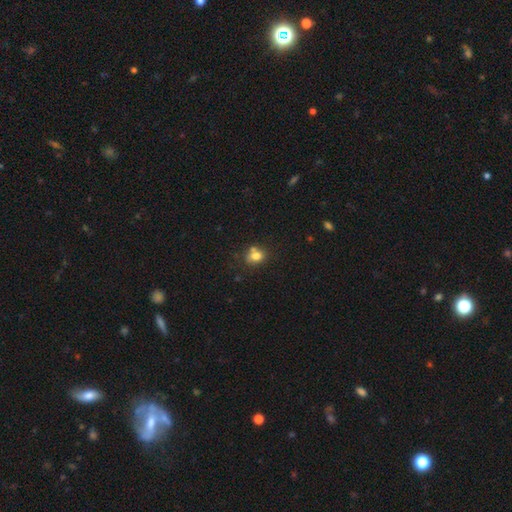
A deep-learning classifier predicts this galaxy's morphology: Smooth or featured?
  - smooth: 77% *
  - star or artifact: 12%
  - featured or disk: 11%
How rounded?
  - round: 56% *
  - in between: 43%
  - cigar-shaped: 1%
Merging?
  - none: 55% *
  - merger: 25%
  - minor disturbance: 15%
  - major disturbance: 4%